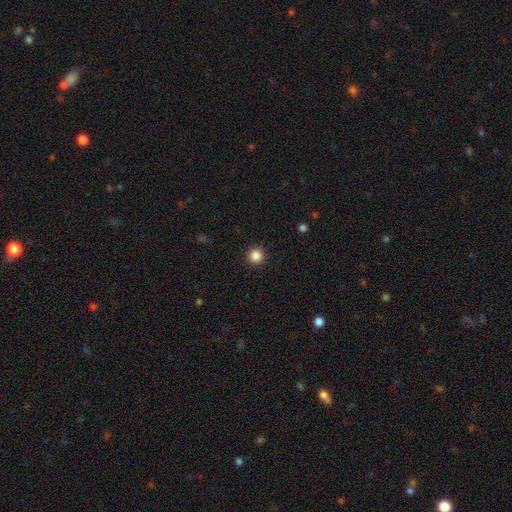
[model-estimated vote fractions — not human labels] This is clearly a smooth galaxy (86%). How rounded: clearly round (96%). Merging: clearly none (93%).